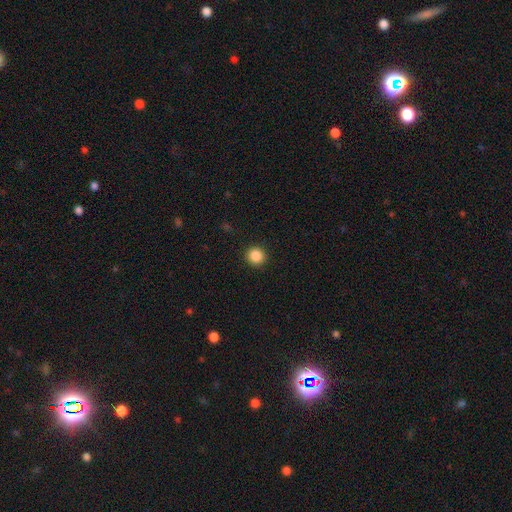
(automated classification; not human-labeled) A smooth galaxy with no disk features (86%) that is round (93%). Merging: none (93%).